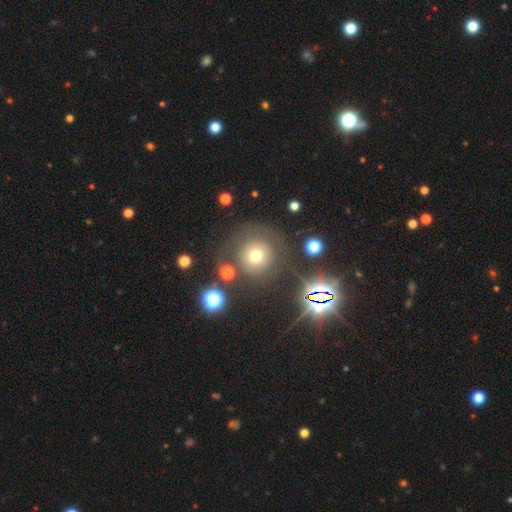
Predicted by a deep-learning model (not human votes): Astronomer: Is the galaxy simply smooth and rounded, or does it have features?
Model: smooth — 65%.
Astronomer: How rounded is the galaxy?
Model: round — 95%.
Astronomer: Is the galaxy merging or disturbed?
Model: none — 77%.